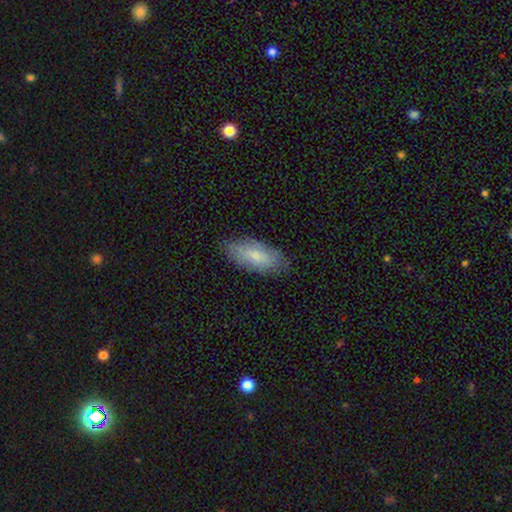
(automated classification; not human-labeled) Overall: smooth (77%). How rounded: in between (84%). Merging: none (79%).